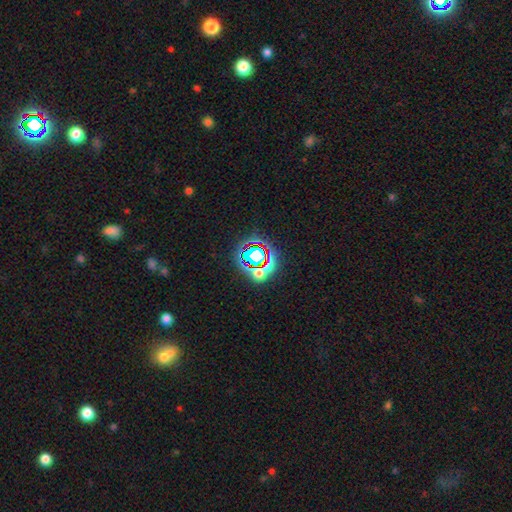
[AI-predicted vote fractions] A star or artifact, not a galaxy (63%).

Vote fractions:
- Smooth or featured? star or artifact: 63% / smooth: 23% / featured or disk: 13%